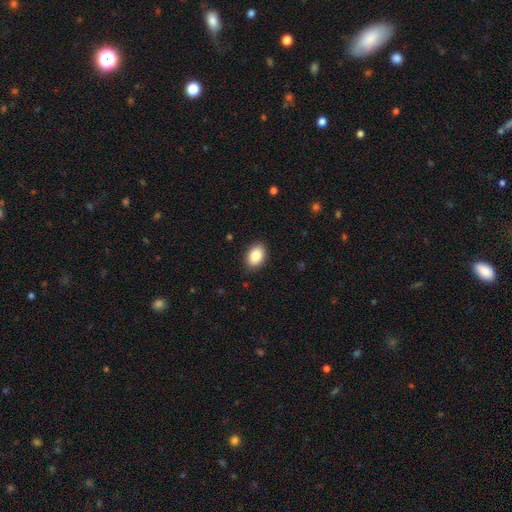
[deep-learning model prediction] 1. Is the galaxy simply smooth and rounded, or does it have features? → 86% smooth, 7% star or artifact, 6% featured or disk.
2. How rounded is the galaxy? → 84% in between, 15% round, 1% cigar-shaped.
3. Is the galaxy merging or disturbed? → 88% none, 9% minor disturbance, 2% major disturbance, 1% merger.